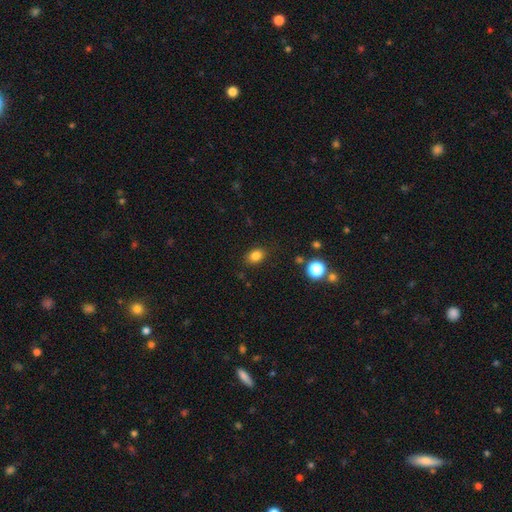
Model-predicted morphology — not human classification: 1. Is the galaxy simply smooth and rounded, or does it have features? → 83% smooth, 12% star or artifact, 5% featured or disk.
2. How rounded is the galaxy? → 65% in between, 34% round, 1% cigar-shaped.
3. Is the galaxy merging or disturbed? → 84% none, 11% minor disturbance, 3% major disturbance, 2% merger.